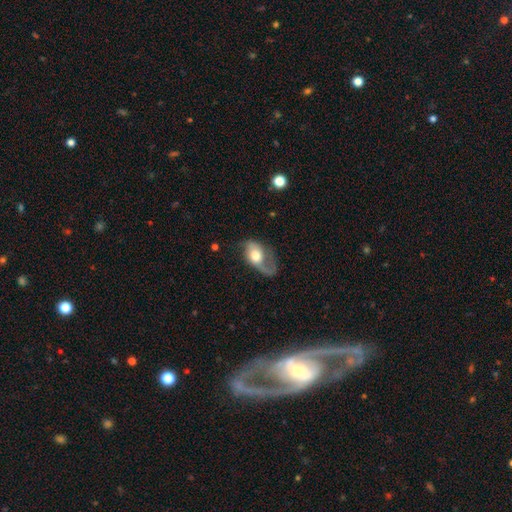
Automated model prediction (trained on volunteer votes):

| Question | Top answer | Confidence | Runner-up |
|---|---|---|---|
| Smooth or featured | featured or disk | 62% | smooth (31%) |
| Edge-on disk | no | 94% | yes (6%) |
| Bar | no | 71% | weak (23%) |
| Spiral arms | yes | 82% | no (18%) |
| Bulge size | moderate | 54% | large (33%) |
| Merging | none | 39% | major disturbance (34%) |